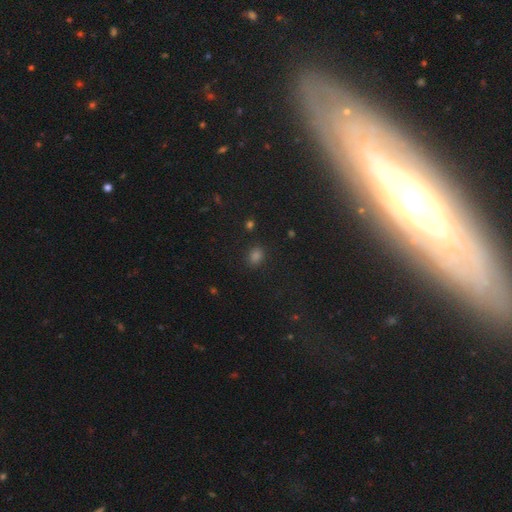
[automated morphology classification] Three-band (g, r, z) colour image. It shows a smooth galaxy with no disk features (71%) that is in between round and cigar-shaped (51%). Merging: none (87%).